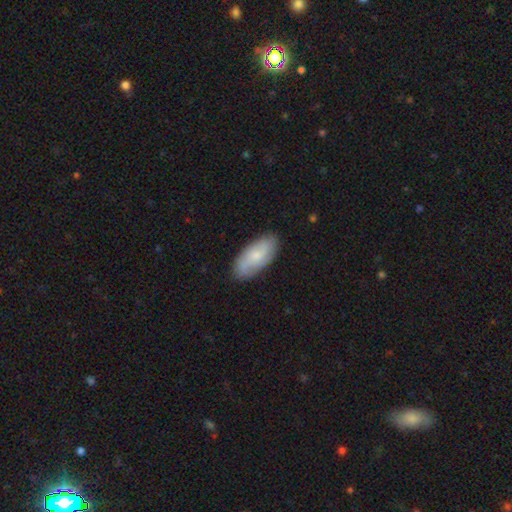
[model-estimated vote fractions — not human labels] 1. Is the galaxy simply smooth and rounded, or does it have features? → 58% smooth, 36% featured or disk, 6% star or artifact.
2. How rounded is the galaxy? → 88% in between, 10% cigar-shaped, 2% round.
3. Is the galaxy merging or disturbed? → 82% none, 14% minor disturbance, 3% major disturbance, 1% merger.